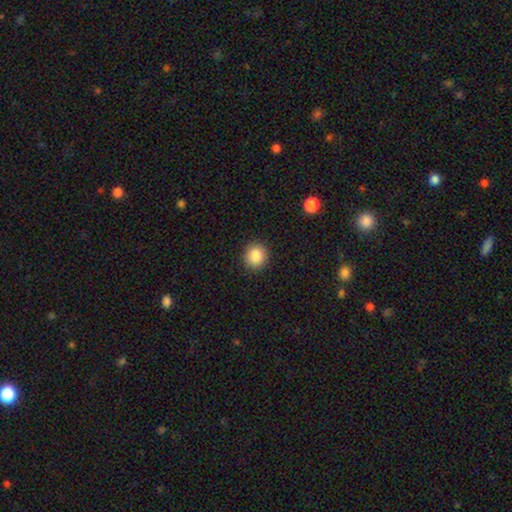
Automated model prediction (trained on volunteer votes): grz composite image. It shows a smooth galaxy with no disk features (86%) that is round (84%). Merging: none (91%).